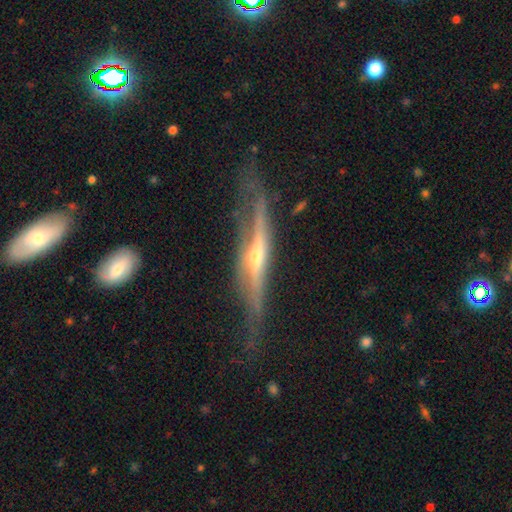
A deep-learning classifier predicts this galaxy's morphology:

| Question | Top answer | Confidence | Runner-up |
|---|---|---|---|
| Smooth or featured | featured or disk | 83% | smooth (11%) |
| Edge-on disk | yes | 91% | no (9%) |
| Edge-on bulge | rounded | 79% | none (13%) |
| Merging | none | 61% | minor disturbance (25%) |